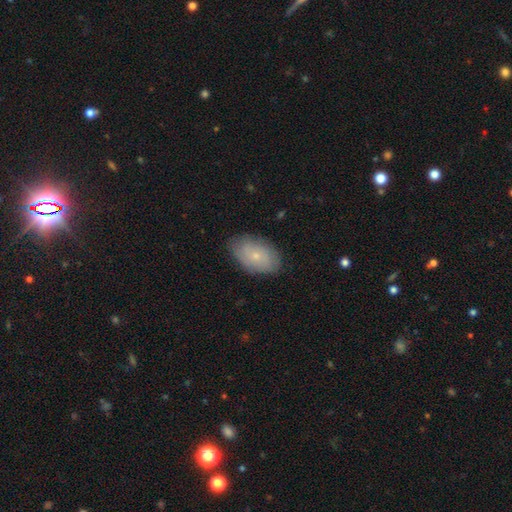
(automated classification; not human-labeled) A smooth galaxy with no disk features (62%) that is in between round and cigar-shaped (90%). Merging: none (80%).